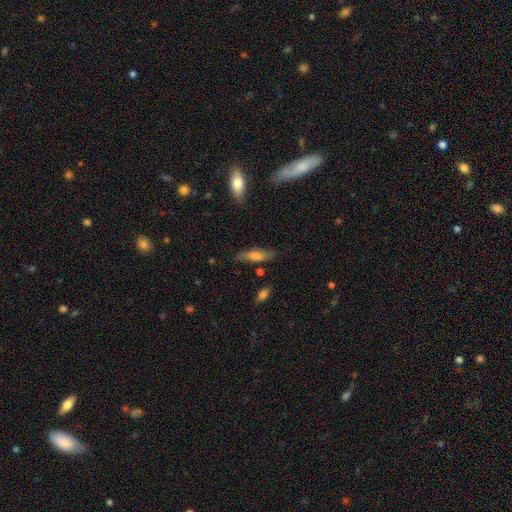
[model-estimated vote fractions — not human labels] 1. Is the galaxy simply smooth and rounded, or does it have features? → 52% smooth, 39% featured or disk, 9% star or artifact.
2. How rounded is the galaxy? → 50% cigar-shaped, 46% in between, 3% round.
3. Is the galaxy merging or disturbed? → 74% none, 19% minor disturbance, 5% major disturbance, 2% merger.